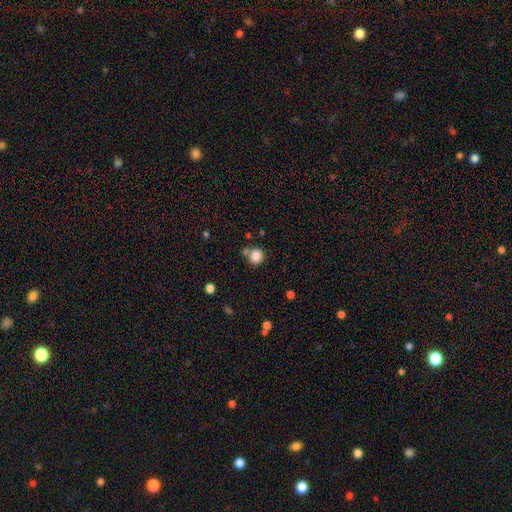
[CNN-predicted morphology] Q: Smooth or featured?
A: smooth (84%); runner-up: star or artifact (10%)
Q: How rounded?
A: round (80%); runner-up: in between (19%)
Q: Merging?
A: none (64%); runner-up: merger (18%)